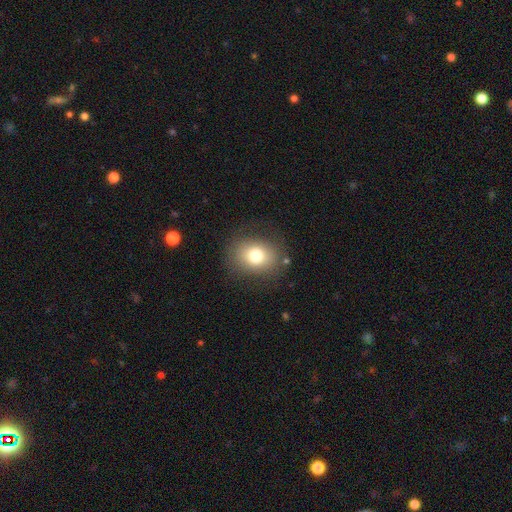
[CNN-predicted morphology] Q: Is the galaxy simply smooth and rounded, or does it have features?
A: smooth — 77%.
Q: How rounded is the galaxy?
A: round — 54%.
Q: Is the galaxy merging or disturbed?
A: none — 80%.